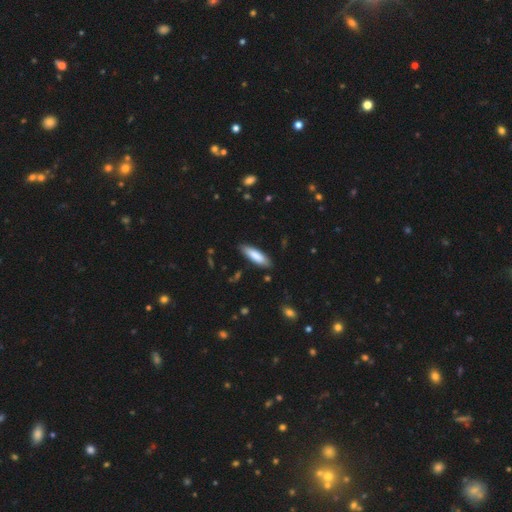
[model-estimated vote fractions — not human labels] smooth_or_featured: smooth (p=0.83) [alt: featured or disk p=0.11]
how_rounded: cigar-shaped (p=0.56) [alt: in between p=0.43]
merging: none (p=0.86) [alt: minor disturbance p=0.10]